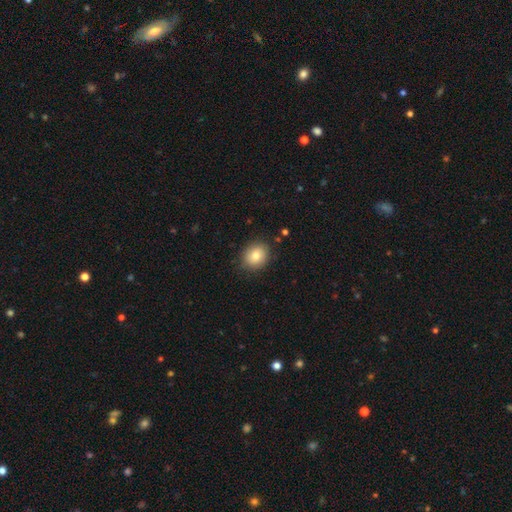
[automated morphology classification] The model was most divided on "how rounded": round: 62%, in between: 37%, cigar-shaped: 1%. More confident: merging — none (86%); smooth or featured — smooth (81%).